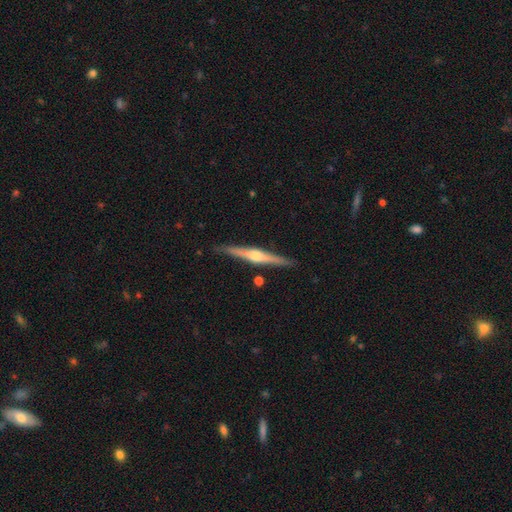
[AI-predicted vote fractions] This appears to be a featured or disk galaxy (79%) viewed edge-on (98%) with a rounded central bulge (87%). Merging: none (89%).